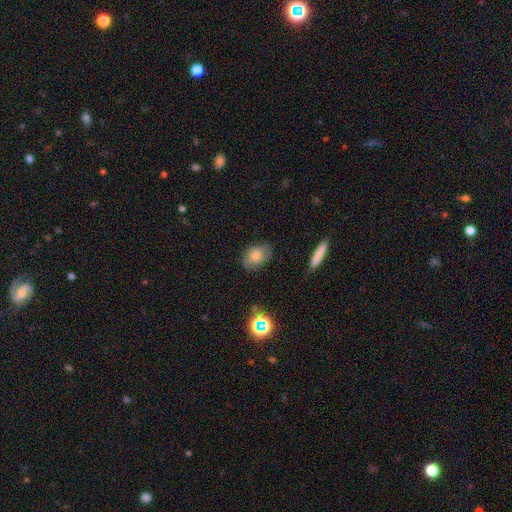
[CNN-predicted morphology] This is likely a smooth galaxy (73%). How rounded: likely in between (73%). Merging: likely none (74%).